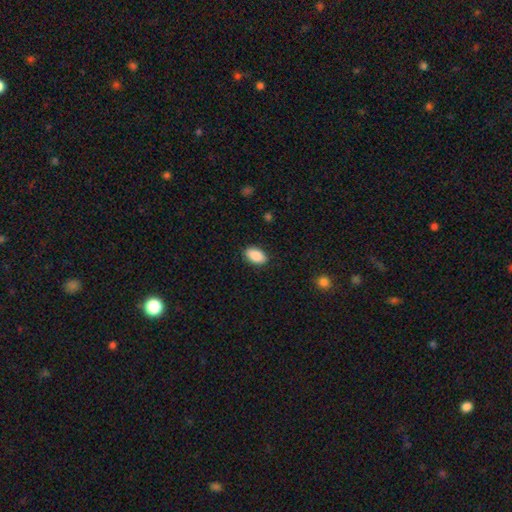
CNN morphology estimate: type=smooth (88%); roundness=in between (93%); merging=none (88%).